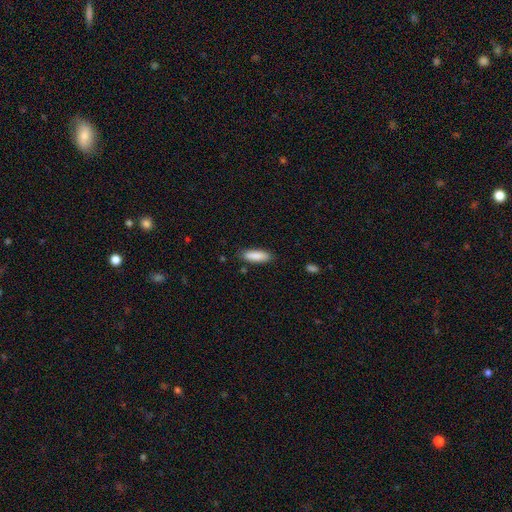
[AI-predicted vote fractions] Smooth or featured? smooth (88%)
How rounded? in between (53%)
Merging? none (86%)